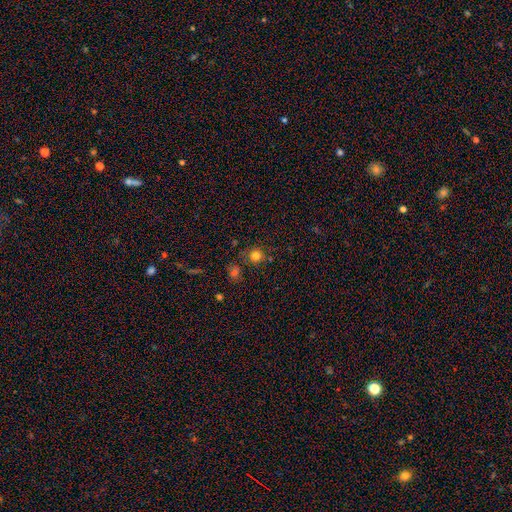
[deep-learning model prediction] A smooth galaxy with no disk features (79%) that is round (88%).

Vote fractions:
- Smooth or featured? smooth: 79% / star or artifact: 15% / featured or disk: 7%
- How rounded? round: 88% / in between: 11% / cigar-shaped: 1%
- Merging? none: 76% / minor disturbance: 12% / merger: 8% / major disturbance: 4%